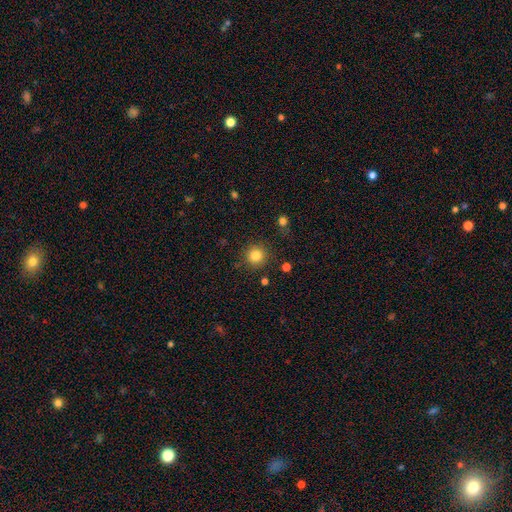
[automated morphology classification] Smooth or featured?
  - smooth: 83% *
  - star or artifact: 12%
  - featured or disk: 5%
How rounded?
  - round: 94% *
  - in between: 5%
  - cigar-shaped: 1%
Merging?
  - none: 87% *
  - minor disturbance: 8%
  - major disturbance: 3%
  - merger: 2%